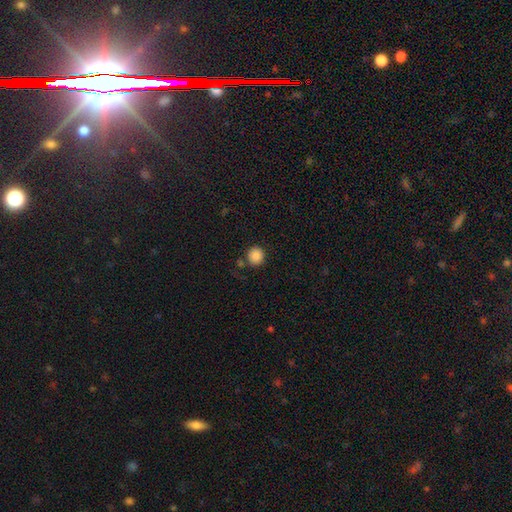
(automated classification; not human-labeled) smooth 87%, star or artifact 10%, featured or disk 3%. Down the decision tree: how rounded — round (91%); merging — none (80%).